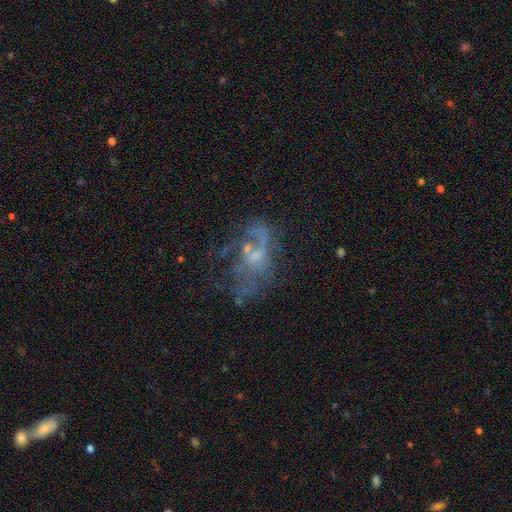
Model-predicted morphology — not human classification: This appears to be a featured or disk galaxy (64%) with no bar (78%), no spiral arms (67%) and a small central bulge (41%). Merging: none (37%).